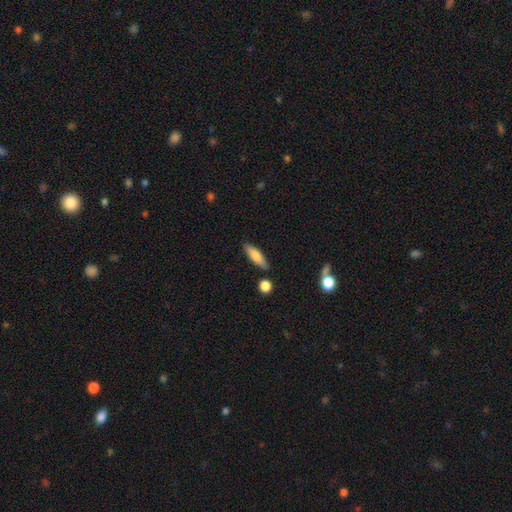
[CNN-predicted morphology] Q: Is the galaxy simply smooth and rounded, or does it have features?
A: smooth — 76%.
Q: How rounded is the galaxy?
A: cigar-shaped — 54%.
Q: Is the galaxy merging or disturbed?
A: none — 82%.